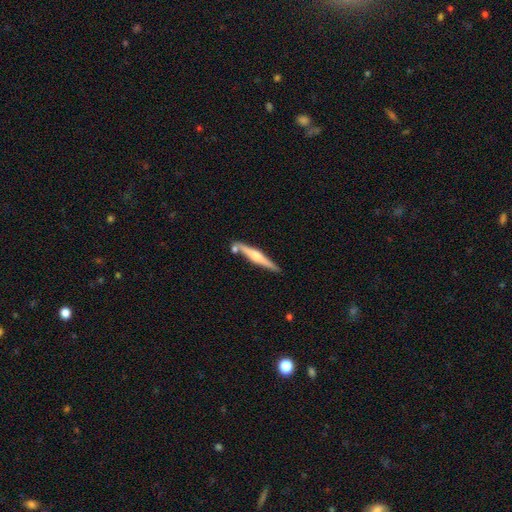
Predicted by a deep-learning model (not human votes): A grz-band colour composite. It shows a featured or disk galaxy (64%) viewed edge-on (97%) with a rounded central bulge (80%). Merging: none (77%).